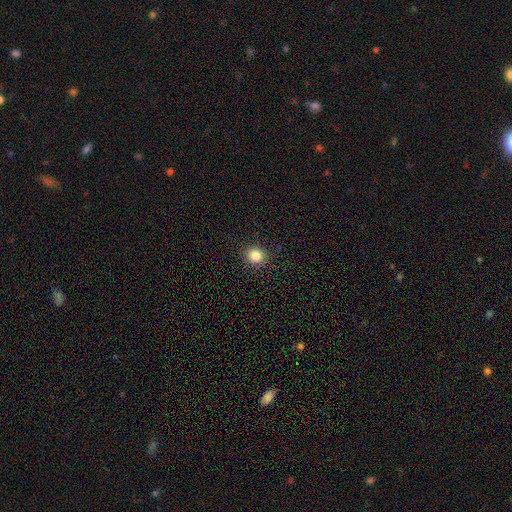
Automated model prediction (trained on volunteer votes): smooth-or-featured: smooth: 84% | star or artifact: 12% | featured or disk: 5%
  how-rounded: round: 90% | in between: 9% | cigar-shaped: 1%
  merging: none: 91% | minor disturbance: 6% | major disturbance: 2% | merger: 1%